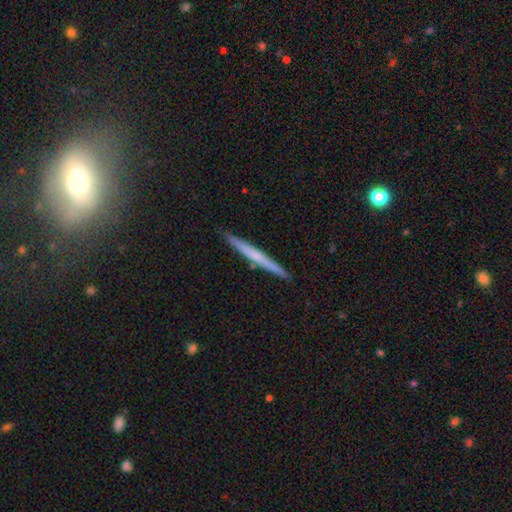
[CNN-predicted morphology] Smooth or featured: featured or disk — 53% (smooth — 41%)
Edge-on disk: yes — 98% (no — 2%)
Edge-on bulge: none — 65% (rounded — 29%)
Merging: none — 91% (minor disturbance — 6%)